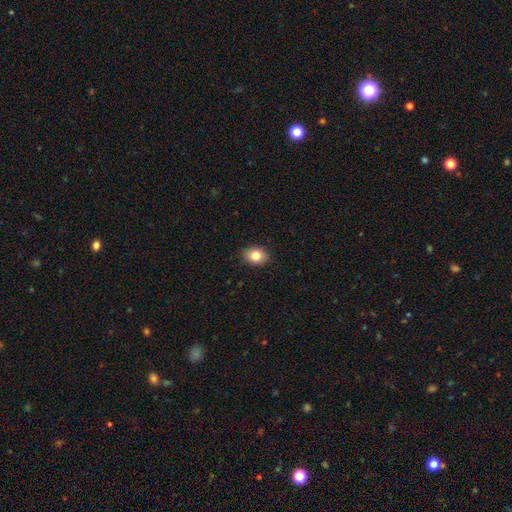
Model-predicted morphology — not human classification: A smooth galaxy with no disk features (83%) that is in between round and cigar-shaped (67%). Merging: none (89%).